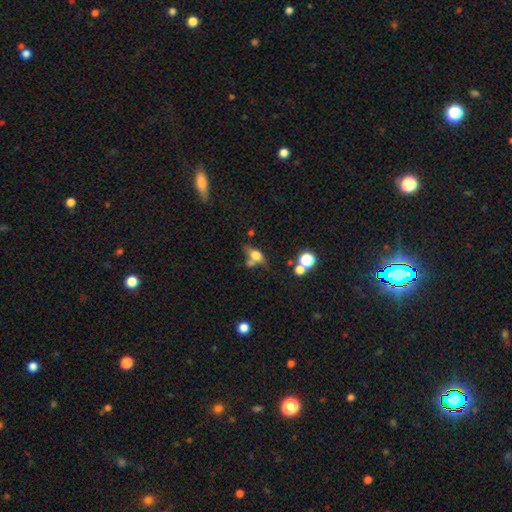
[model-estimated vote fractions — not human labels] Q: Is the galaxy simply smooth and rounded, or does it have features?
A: smooth — 53%.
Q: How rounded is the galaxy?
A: in between — 58%.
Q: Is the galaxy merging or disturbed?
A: none — 42%.